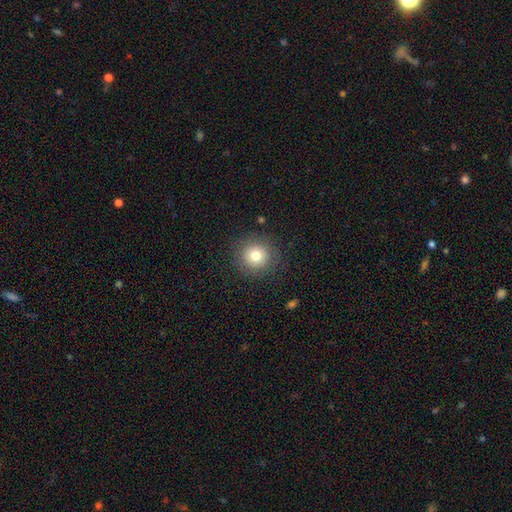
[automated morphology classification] Smooth or featured? Predicted: smooth (p=0.76). How rounded? Predicted: round (p=0.94). Merging? Predicted: none (p=0.87).